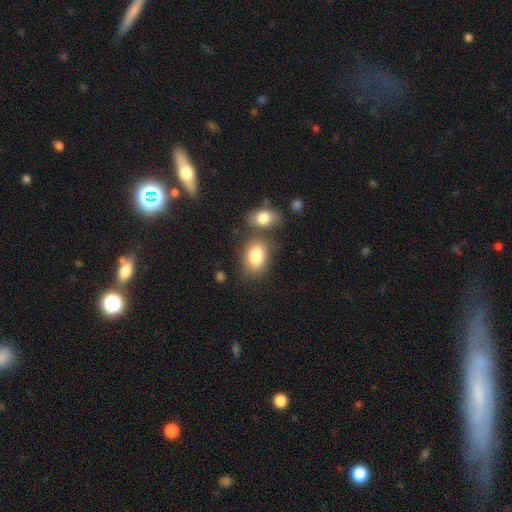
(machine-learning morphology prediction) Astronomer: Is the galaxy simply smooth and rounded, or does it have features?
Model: smooth — 83%.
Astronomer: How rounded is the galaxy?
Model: in between — 85%.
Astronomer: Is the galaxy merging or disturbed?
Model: none — 60%.